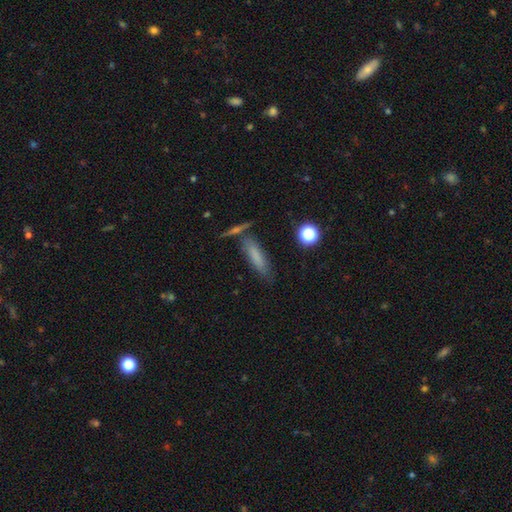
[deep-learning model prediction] smooth 70%, featured or disk 19%, star or artifact 11%. Down the decision tree: how rounded — cigar-shaped (67%); merging — none (69%).